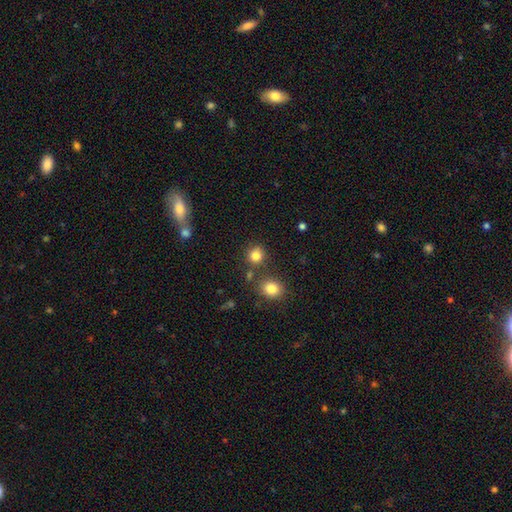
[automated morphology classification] This appears to be a smooth galaxy with no disk features (82%) that is round (88%). Merging: none (79%).